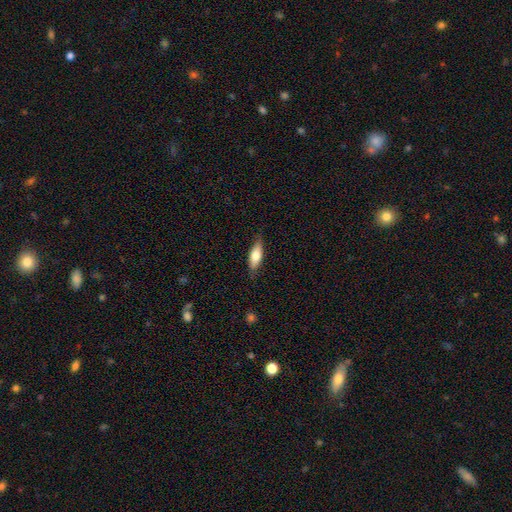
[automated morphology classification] Q: Smooth or featured?
A: smooth (70%); runner-up: featured or disk (25%)
Q: How rounded?
A: in between (60%); runner-up: cigar-shaped (38%)
Q: Merging?
A: none (80%); runner-up: minor disturbance (16%)